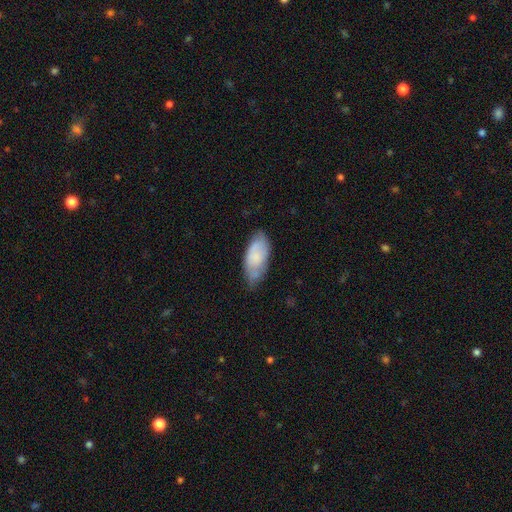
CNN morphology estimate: smooth 69%, featured or disk 24%, star or artifact 6%. Down the decision tree: how rounded — in between (89%); merging — none (56%).